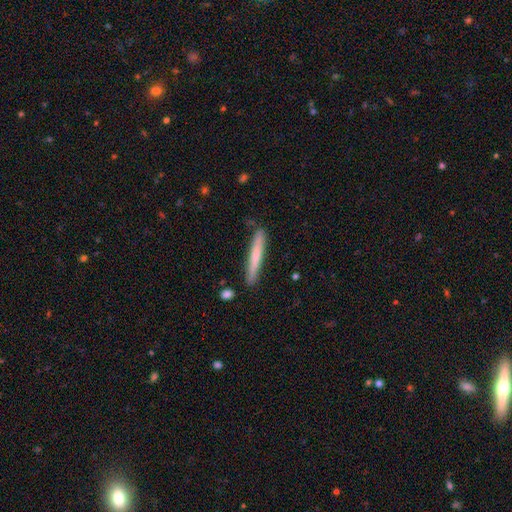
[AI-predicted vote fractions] smooth 65%, featured or disk 29%, star or artifact 6%. Down the decision tree: how rounded — cigar-shaped (96%); merging — none (84%).